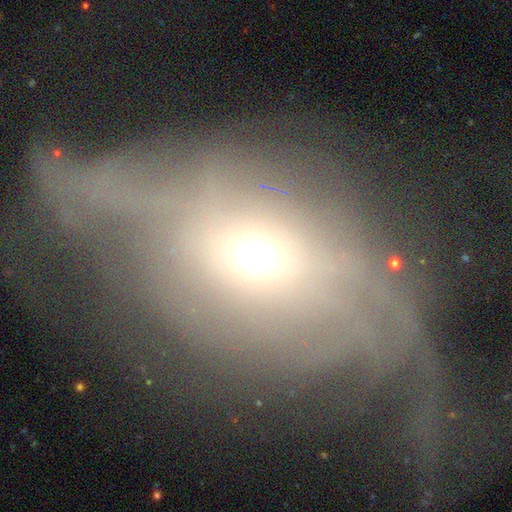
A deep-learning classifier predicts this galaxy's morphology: Smooth or featured? Predicted: featured or disk (p=0.63). Edge-on disk? Predicted: no (p=0.89). Bar? Predicted: no (p=0.76). Spiral arms? Predicted: no (p=0.59). Bulge size? Predicted: moderate (p=0.53). Merging? Predicted: major disturbance (p=0.67).